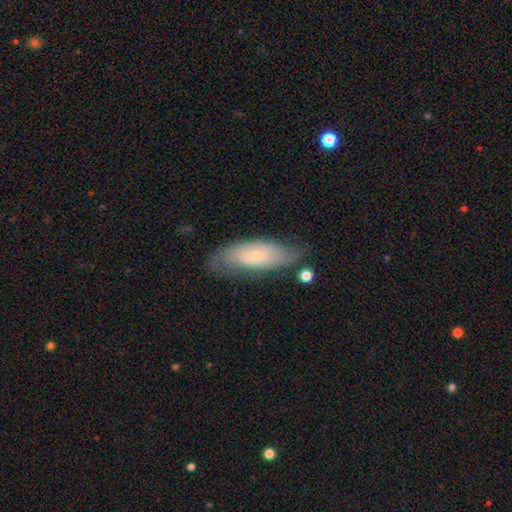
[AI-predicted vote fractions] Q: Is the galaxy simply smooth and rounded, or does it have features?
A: featured or disk — 48%.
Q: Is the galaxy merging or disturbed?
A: none — 63%.